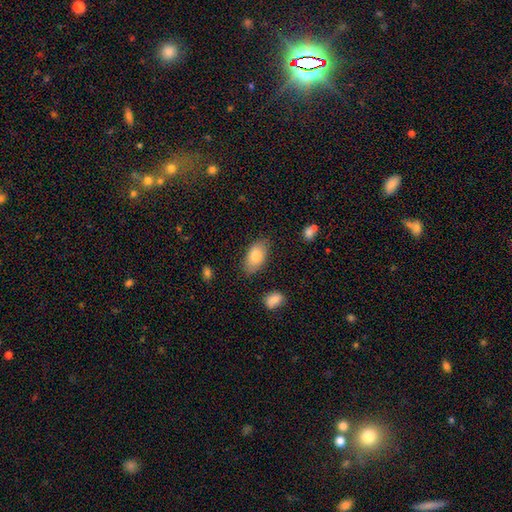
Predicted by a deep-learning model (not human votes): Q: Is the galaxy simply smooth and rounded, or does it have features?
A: smooth — 81%.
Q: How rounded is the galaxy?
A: in between — 93%.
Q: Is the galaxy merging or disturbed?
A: none — 78%.